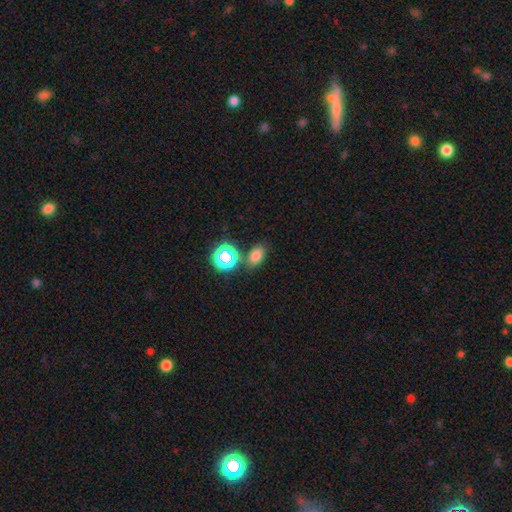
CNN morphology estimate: Smooth or featured? smooth (72%)
How rounded? in between (81%)
Merging? none (75%)